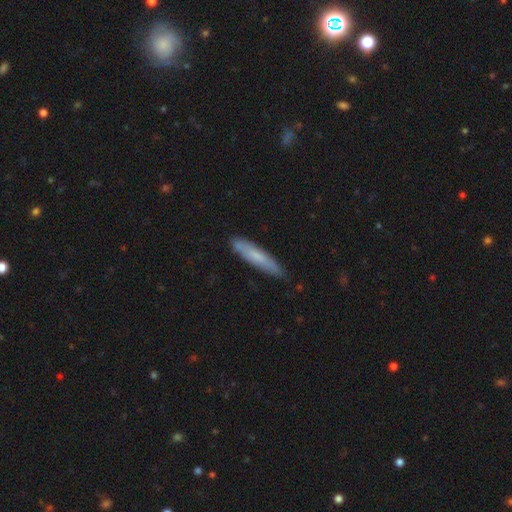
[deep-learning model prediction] Smooth or featured?
  - smooth: 67% *
  - featured or disk: 26%
  - star or artifact: 6%
How rounded?
  - cigar-shaped: 88% *
  - in between: 10%
  - round: 1%
Merging?
  - none: 82% *
  - minor disturbance: 14%
  - major disturbance: 2%
  - merger: 2%